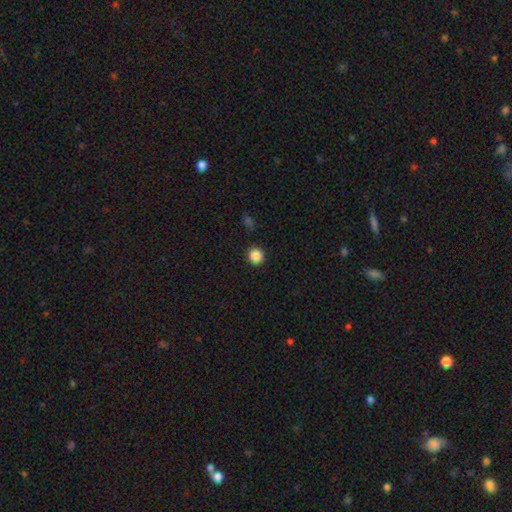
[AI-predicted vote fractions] The model was most divided on "smooth or featured": smooth: 87%, star or artifact: 10%, featured or disk: 3%. More confident: merging — none (91%); how rounded — round (89%).